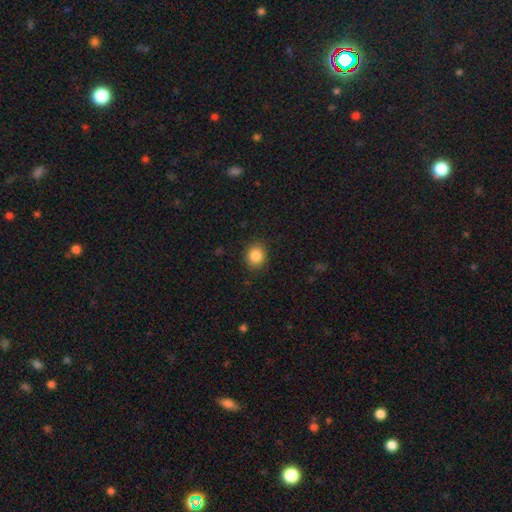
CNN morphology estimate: Smooth or featured: smooth — 85% (star or artifact — 10%)
How rounded: round — 77% (in between — 22%)
Merging: none — 88% (minor disturbance — 8%)